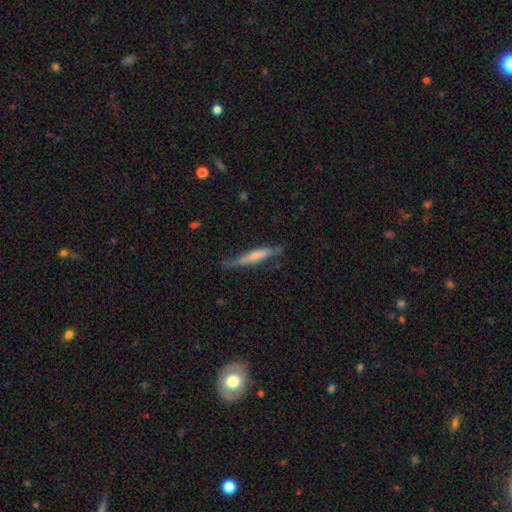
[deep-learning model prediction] This is possibly a smooth galaxy (52%). How rounded: clearly cigar-shaped (92%). Merging: likely none (65%).